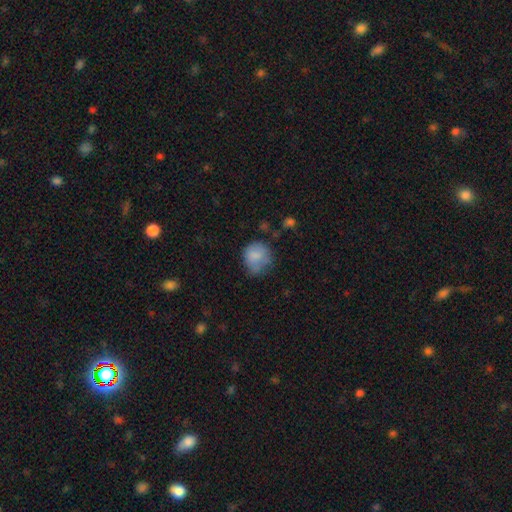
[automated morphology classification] A smooth galaxy with no disk features (79%) that is round (77%). Merging: none (48%).